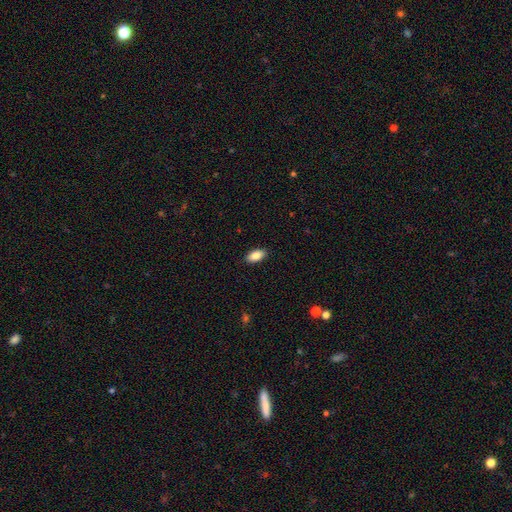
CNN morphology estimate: type=smooth (86%); roundness=in between (92%); merging=none (89%).